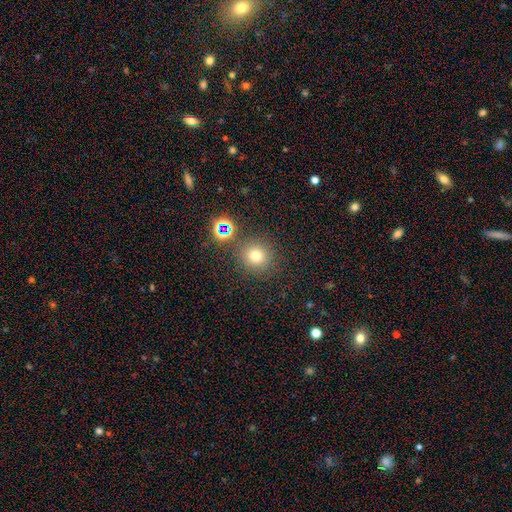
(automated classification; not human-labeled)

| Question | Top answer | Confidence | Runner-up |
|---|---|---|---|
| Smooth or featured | smooth | 72% | star or artifact (21%) |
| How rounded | round | 92% | in between (7%) |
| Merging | none | 83% | minor disturbance (8%) |